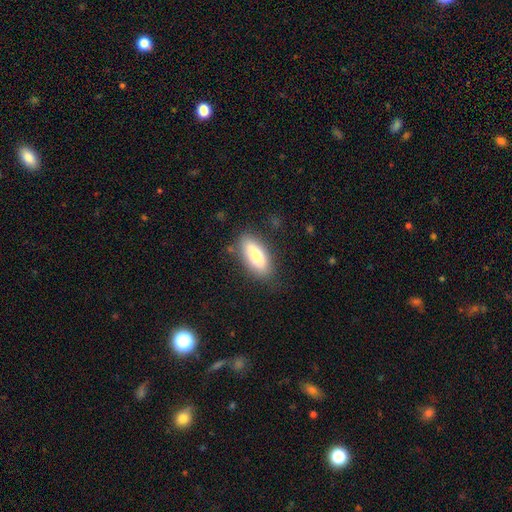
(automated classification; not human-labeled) Smooth or featured?
  - smooth: 76% *
  - featured or disk: 18%
  - star or artifact: 7%
How rounded?
  - in between: 79% *
  - cigar-shaped: 19%
  - round: 2%
Merging?
  - none: 80% *
  - minor disturbance: 14%
  - major disturbance: 4%
  - merger: 2%